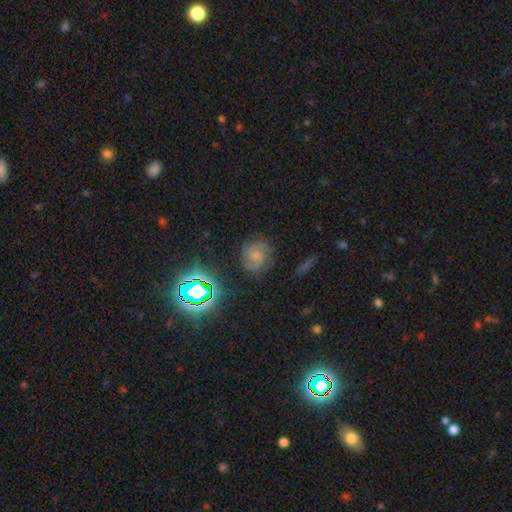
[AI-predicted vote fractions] Smooth or featured? Predicted: featured or disk (p=0.65). Edge-on disk? Predicted: no (p=0.97). Bar? Predicted: no (p=0.61). Spiral arms? Predicted: yes (p=0.94). Spiral winding? Predicted: medium (p=0.46). Spiral arm count? Predicted: 2 (p=0.75). Bulge size? Predicted: small (p=0.36). Merging? Predicted: none (p=0.75).